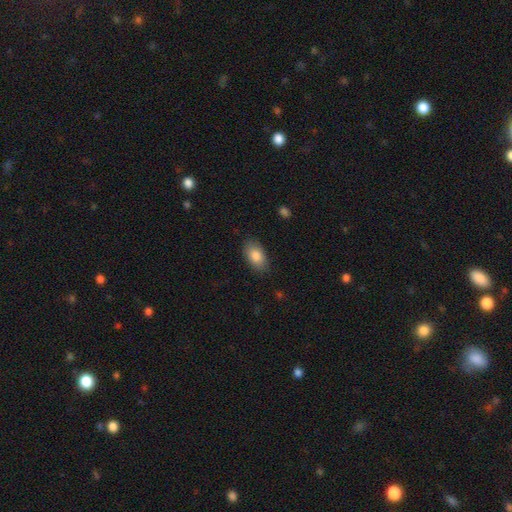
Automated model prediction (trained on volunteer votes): Morphology: type=smooth (85%); roundness=in between (93%); merging=none (84%).